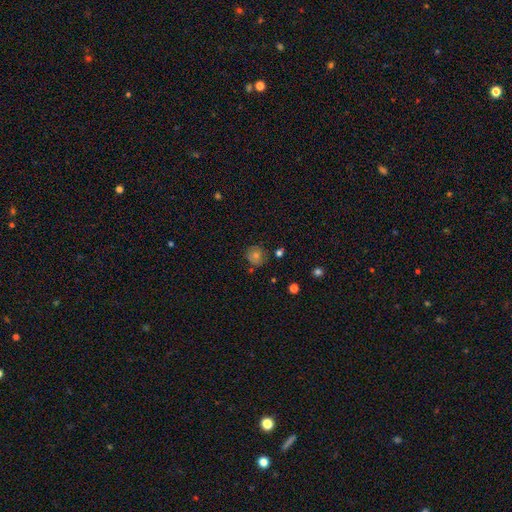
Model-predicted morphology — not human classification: Q: Smooth or featured?
A: smooth (66%); runner-up: star or artifact (19%)
Q: How rounded?
A: round (92%); runner-up: in between (7%)
Q: Merging?
A: none (80%); runner-up: minor disturbance (13%)